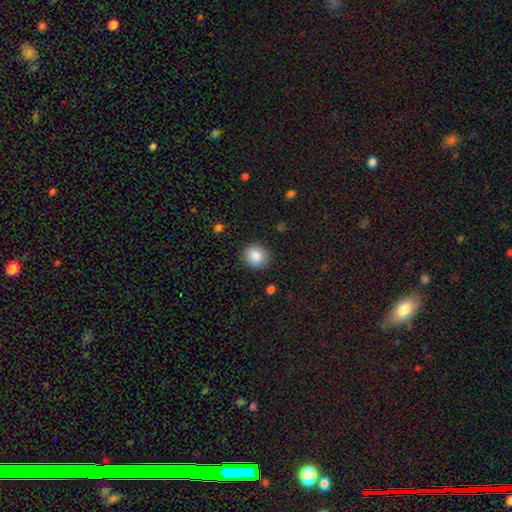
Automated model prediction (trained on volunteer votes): Smooth or featured?
  - smooth: 86% *
  - star or artifact: 9%
  - featured or disk: 5%
How rounded?
  - round: 85% *
  - in between: 14%
  - cigar-shaped: 1%
Merging?
  - none: 89% *
  - minor disturbance: 8%
  - major disturbance: 2%
  - merger: 1%